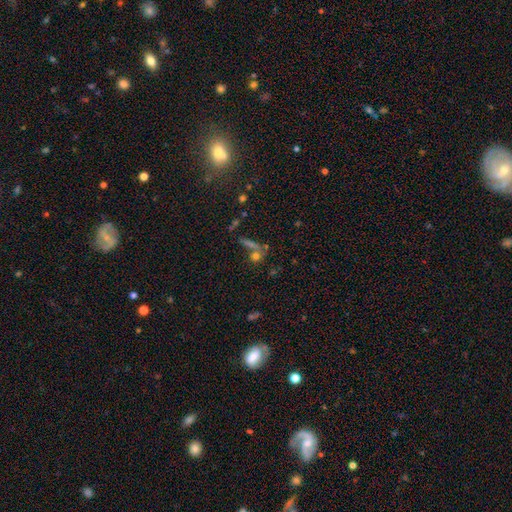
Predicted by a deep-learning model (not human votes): smooth-or-featured: star or artifact: 53% | smooth: 29% | featured or disk: 18%